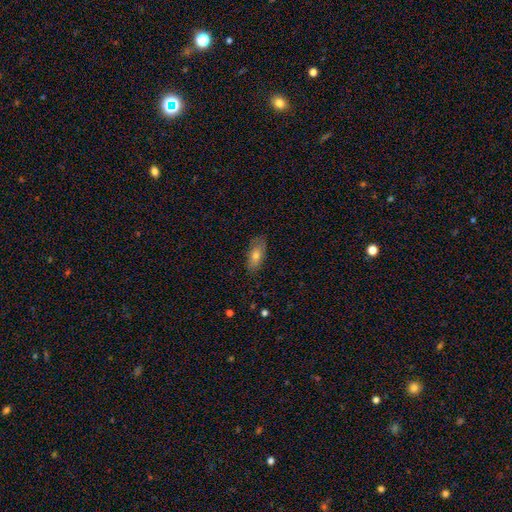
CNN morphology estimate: smooth-or-featured: smooth: 67% | featured or disk: 25% | star or artifact: 8%
  how-rounded: in between: 86% | cigar-shaped: 10% | round: 4%
  merging: none: 79% | minor disturbance: 17% | major disturbance: 3% | merger: 1%